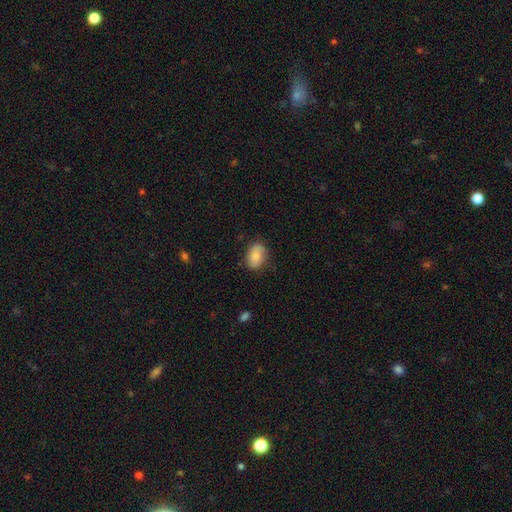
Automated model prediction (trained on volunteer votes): Smooth or featured? Predicted: smooth (p=0.80). How rounded? Predicted: in between (p=0.83). Merging? Predicted: none (p=0.78).